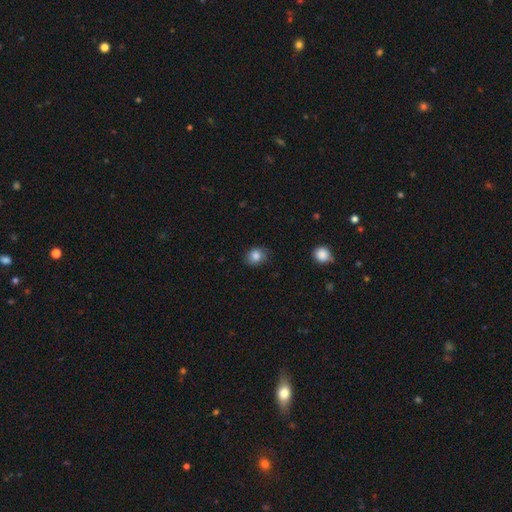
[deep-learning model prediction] Morphology: type=smooth (83%); roundness=round (59%); merging=none (80%).